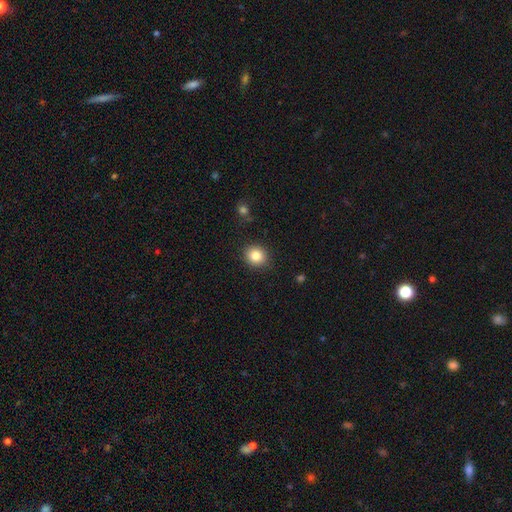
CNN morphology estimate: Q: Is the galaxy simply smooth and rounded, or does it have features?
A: smooth — 84%.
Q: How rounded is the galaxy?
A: round — 81%.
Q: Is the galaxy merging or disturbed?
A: none — 89%.